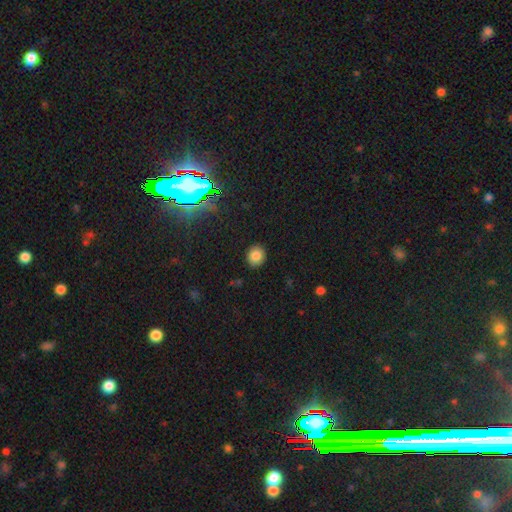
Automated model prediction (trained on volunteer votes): Smooth or featured? Predicted: smooth (p=0.82). How rounded? Predicted: round (p=0.71). Merging? Predicted: none (p=0.90).